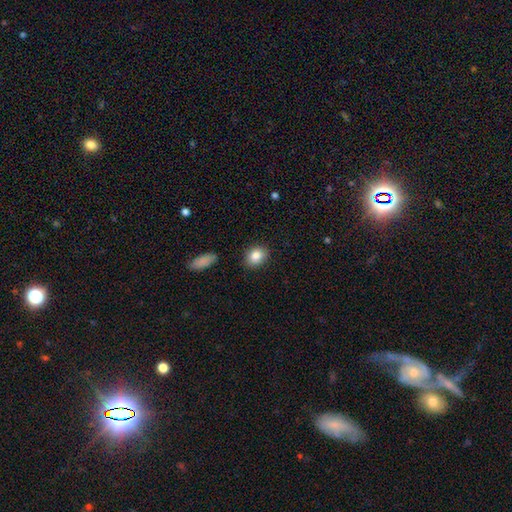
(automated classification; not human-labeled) The model was most divided on "how rounded": in between: 53%, round: 46%, cigar-shaped: 1%. More confident: smooth or featured — smooth (86%); merging — none (85%).